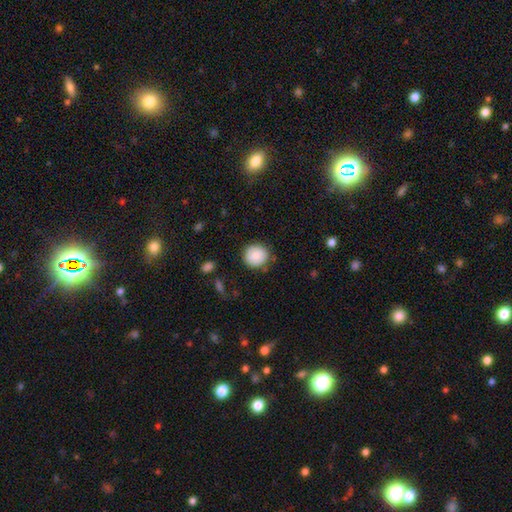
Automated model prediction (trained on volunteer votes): Overall: smooth (87%). How rounded: round (91%). Merging: none (86%).